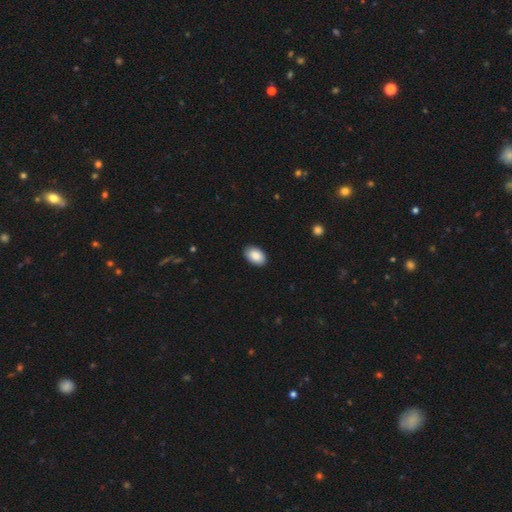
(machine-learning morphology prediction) Smooth or featured: smooth — 89% (star or artifact — 6%)
How rounded: in between — 91% (round — 8%)
Merging: none — 89% (minor disturbance — 8%)